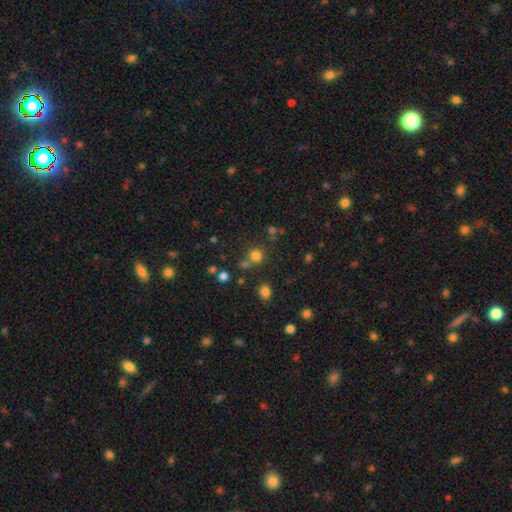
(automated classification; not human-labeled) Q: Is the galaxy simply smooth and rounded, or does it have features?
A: smooth — 74%.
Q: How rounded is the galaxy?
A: round — 89%.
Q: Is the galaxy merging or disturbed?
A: none — 68%.